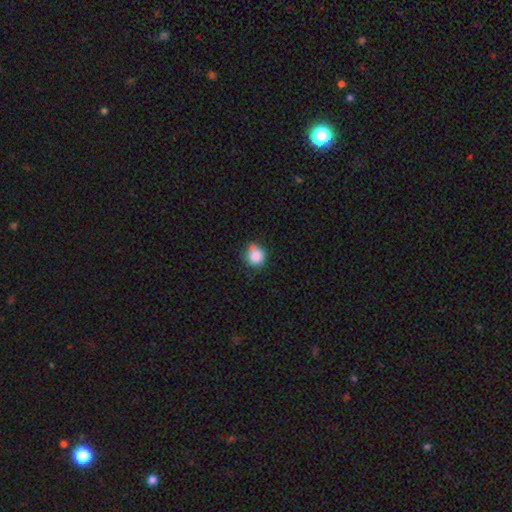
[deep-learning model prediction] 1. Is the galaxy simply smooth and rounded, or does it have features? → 86% smooth, 9% star or artifact, 5% featured or disk.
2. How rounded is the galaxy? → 78% round, 21% in between, 1% cigar-shaped.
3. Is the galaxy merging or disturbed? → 55% none, 36% minor disturbance, 6% major disturbance, 3% merger.